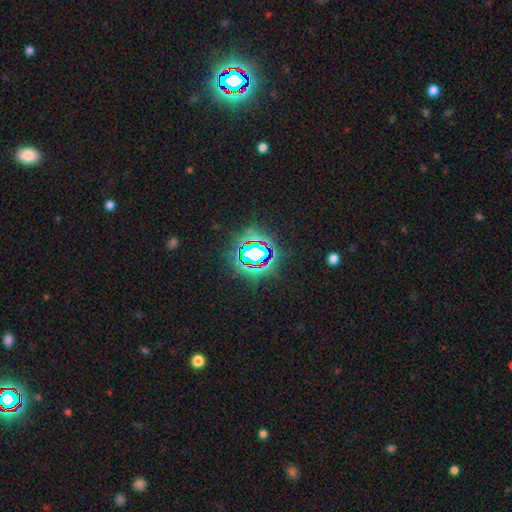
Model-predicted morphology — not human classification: Smooth or featured? star or artifact (76%)